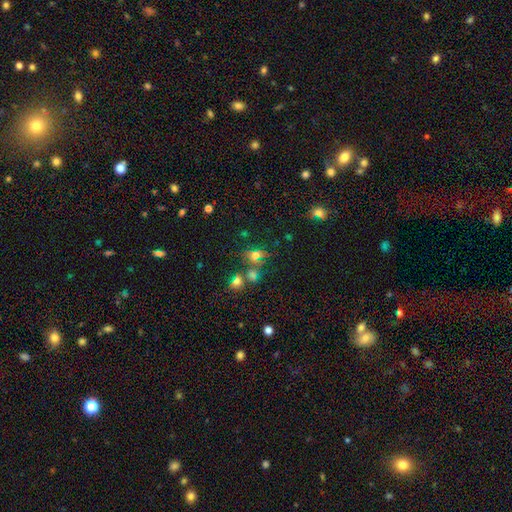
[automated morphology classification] smooth_or_featured: smooth (p=0.58) [alt: star or artifact p=0.28]
how_rounded: round (p=0.53) [alt: in between p=0.44]
merging: none (p=0.53) [alt: merger p=0.24]